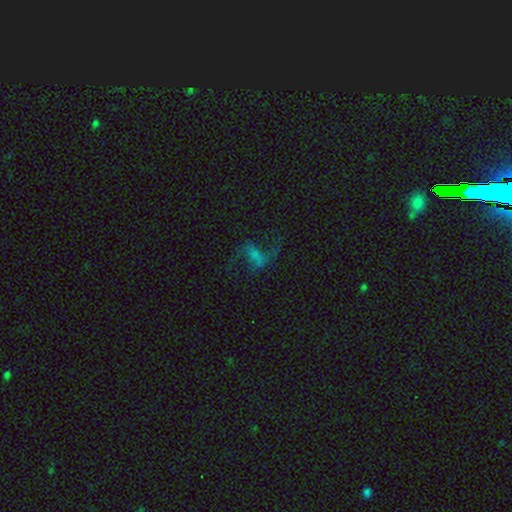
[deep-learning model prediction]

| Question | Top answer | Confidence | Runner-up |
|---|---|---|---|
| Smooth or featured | featured or disk | 51% | smooth (26%) |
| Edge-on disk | no | 94% | yes (6%) |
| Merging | none | 50% | major disturbance (31%) |